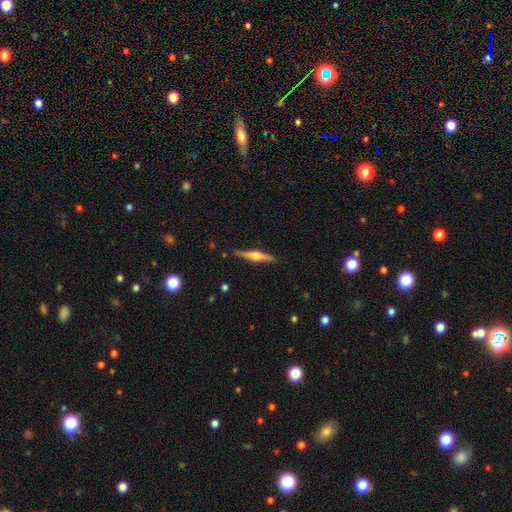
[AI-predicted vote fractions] This appears to be a featured or disk galaxy (66%) viewed edge-on (97%) with a rounded central bulge (92%). Merging: none (87%).